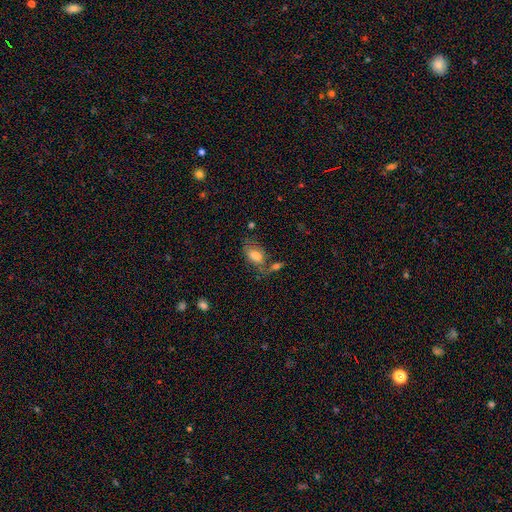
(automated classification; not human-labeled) Smooth or featured? Predicted: smooth (p=0.72). How rounded? Predicted: in between (p=0.90). Merging? Predicted: none (p=0.45).